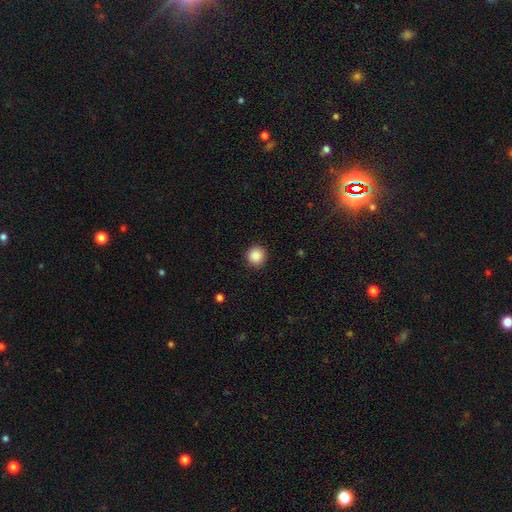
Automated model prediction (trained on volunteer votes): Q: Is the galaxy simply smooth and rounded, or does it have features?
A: smooth — 88%.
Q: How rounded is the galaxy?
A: round — 94%.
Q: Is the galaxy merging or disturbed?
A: none — 91%.